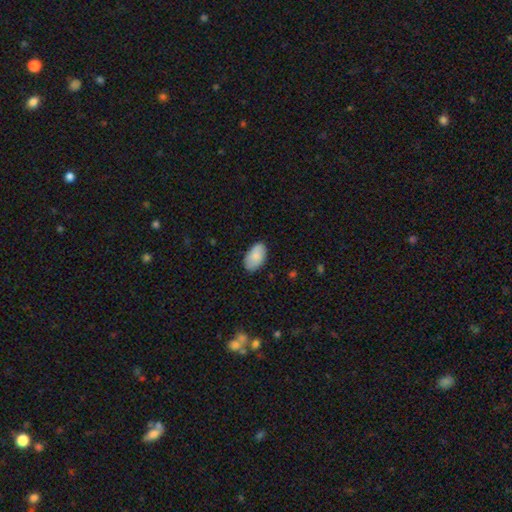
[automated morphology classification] This appears to be a smooth galaxy with no disk features (85%) that is in between round and cigar-shaped (94%). Merging: none (82%).